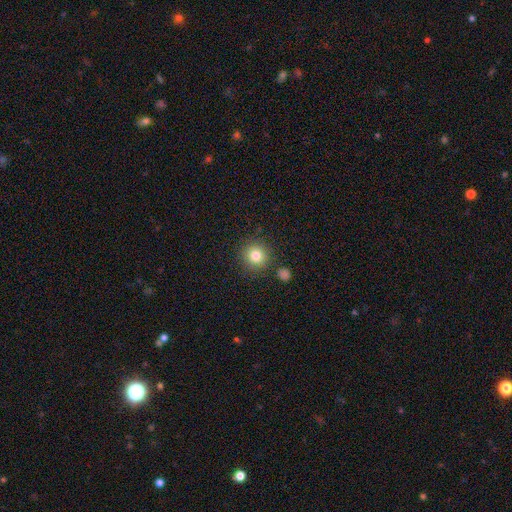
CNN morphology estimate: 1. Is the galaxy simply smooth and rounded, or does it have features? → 82% smooth, 11% star or artifact, 7% featured or disk.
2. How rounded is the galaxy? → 93% round, 6% in between, 1% cigar-shaped.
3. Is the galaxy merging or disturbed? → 86% none, 7% minor disturbance, 4% merger, 3% major disturbance.